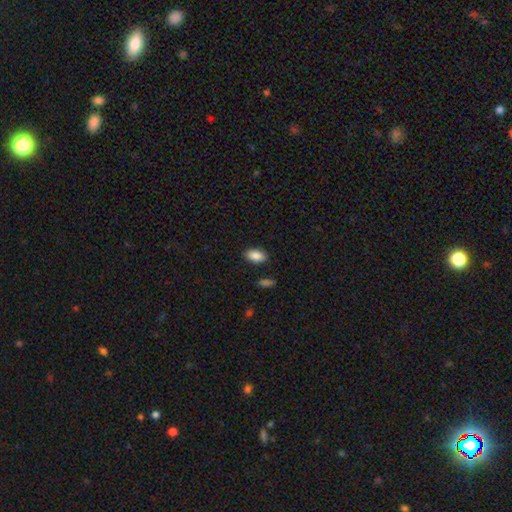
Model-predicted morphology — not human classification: Q: Smooth or featured?
A: smooth (88%); runner-up: star or artifact (7%)
Q: How rounded?
A: in between (93%); runner-up: round (4%)
Q: Merging?
A: none (86%); runner-up: minor disturbance (10%)